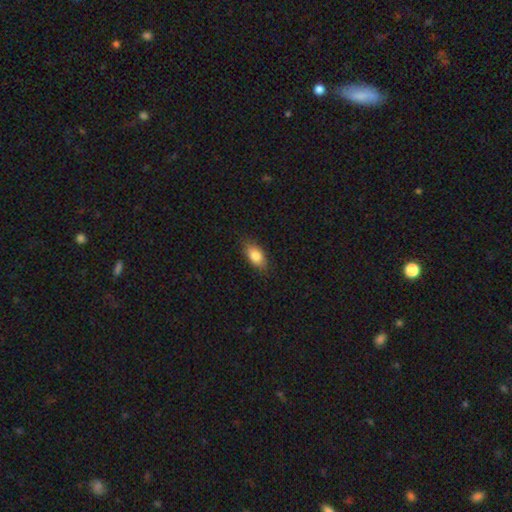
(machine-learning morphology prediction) smooth 83%, featured or disk 9%, star or artifact 7%. Down the decision tree: how rounded — in between (89%); merging — none (84%).